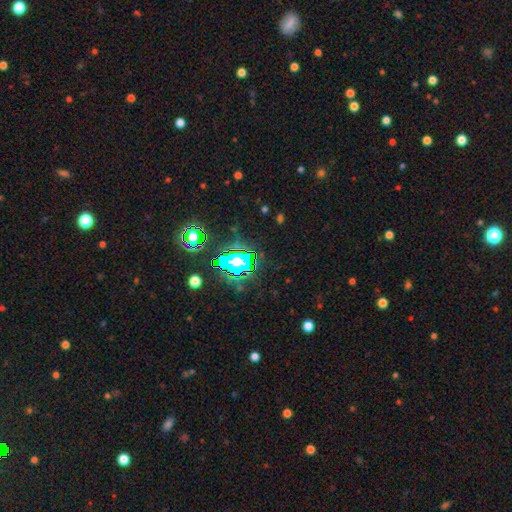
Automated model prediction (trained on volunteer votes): Smooth or featured?
  - star or artifact: 82% *
  - smooth: 11%
  - featured or disk: 7%